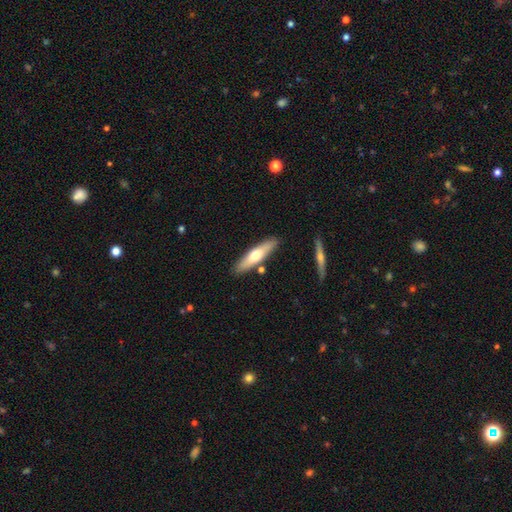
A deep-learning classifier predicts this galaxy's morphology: Smooth or featured?
  - smooth: 56% *
  - featured or disk: 39%
  - star or artifact: 5%
How rounded?
  - cigar-shaped: 75% *
  - in between: 23%
  - round: 2%
Merging?
  - none: 84% *
  - minor disturbance: 9%
  - merger: 5%
  - major disturbance: 2%